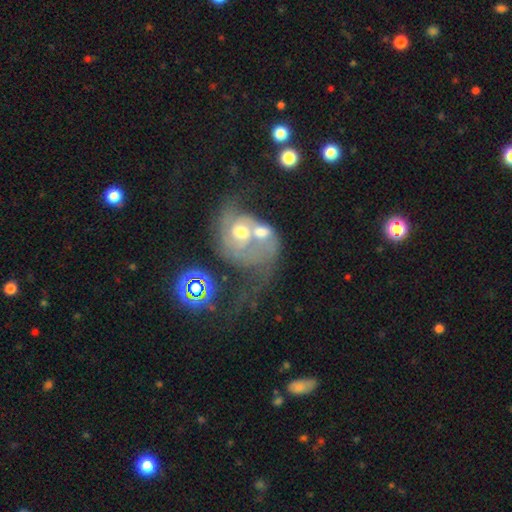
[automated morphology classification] This appears to be a featured or disk galaxy (65%) with no bar (72%), spiral arms (68%) and a moderate central bulge (61%). Merging: merger (64%).